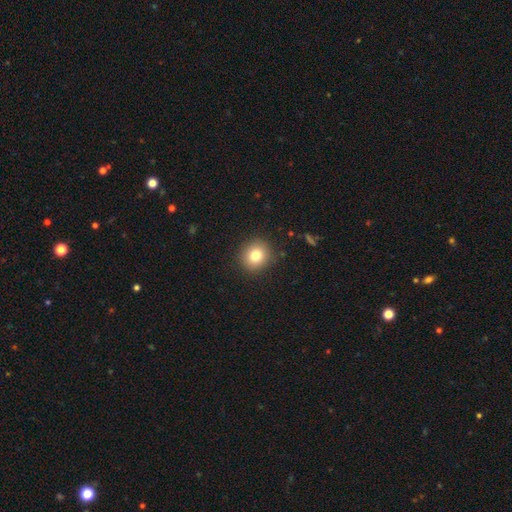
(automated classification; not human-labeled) Smooth or featured? smooth (79%)
How rounded? round (85%)
Merging? none (90%)